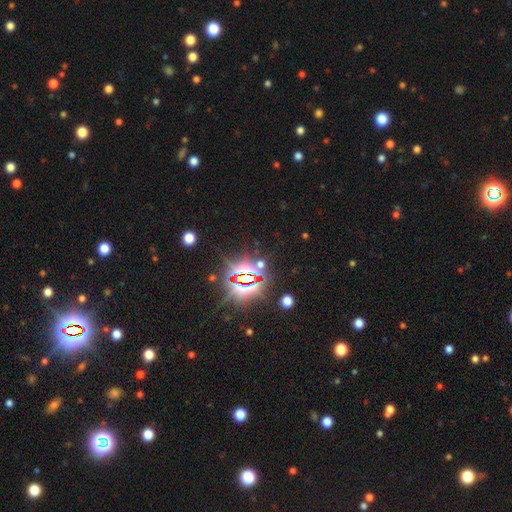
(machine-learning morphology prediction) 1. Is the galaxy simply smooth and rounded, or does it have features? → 84% star or artifact, 9% smooth, 7% featured or disk.